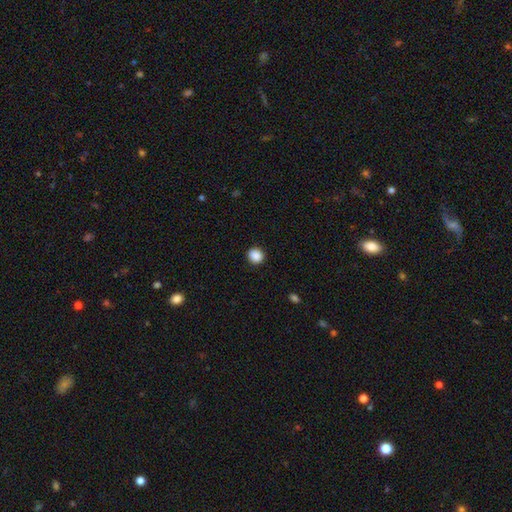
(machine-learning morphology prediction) smooth-or-featured: smooth: 88% | star or artifact: 9% | featured or disk: 2%
  how-rounded: round: 84% | in between: 15% | cigar-shaped: 1%
  merging: none: 91% | minor disturbance: 6% | major disturbance: 2% | merger: 1%